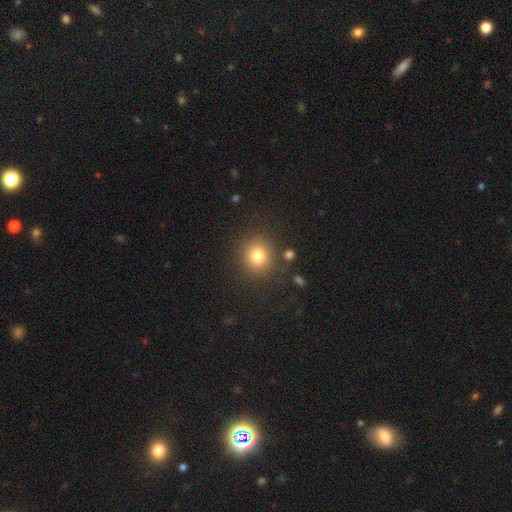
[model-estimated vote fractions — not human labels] Q: Smooth or featured?
A: smooth (75%); runner-up: star or artifact (17%)
Q: How rounded?
A: round (89%); runner-up: in between (10%)
Q: Merging?
A: none (87%); runner-up: minor disturbance (7%)